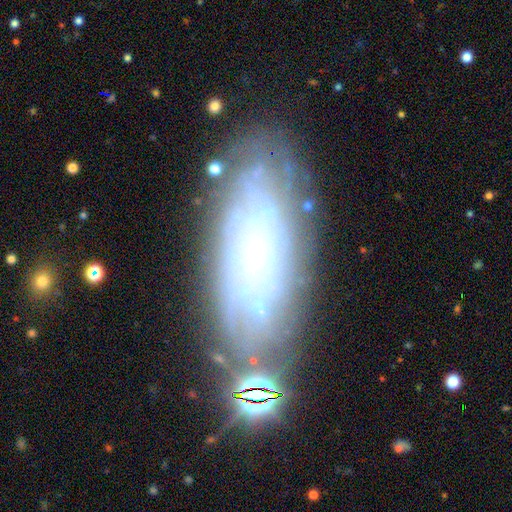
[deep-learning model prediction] This appears to be a featured or disk galaxy (58%). Merging: none (70%).